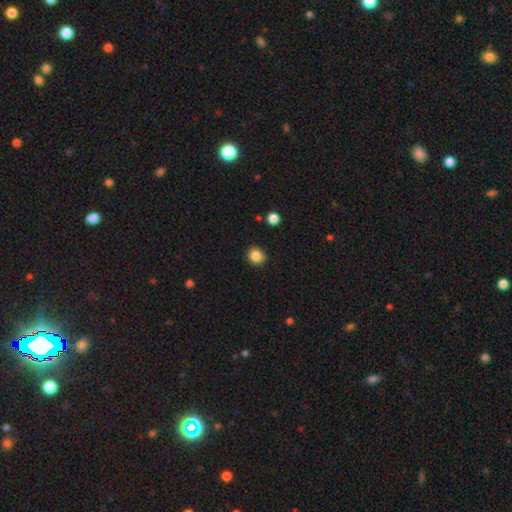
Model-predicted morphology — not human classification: Smooth or featured: smooth — 86% (star or artifact — 11%)
How rounded: round — 87% (in between — 13%)
Merging: none — 89% (minor disturbance — 7%)